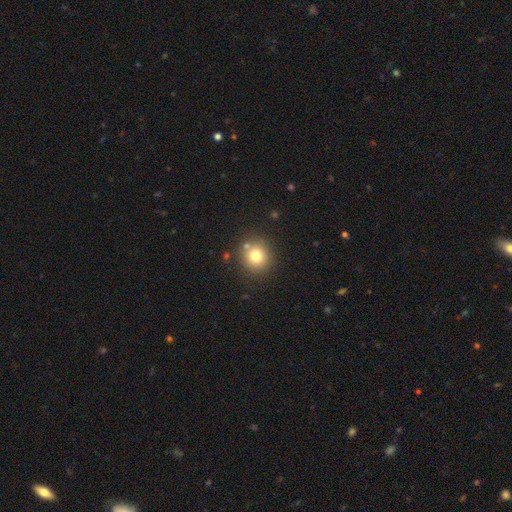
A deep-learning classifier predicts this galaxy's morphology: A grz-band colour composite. It shows a smooth galaxy with no disk features (76%) that is round (88%). Merging: none (81%).